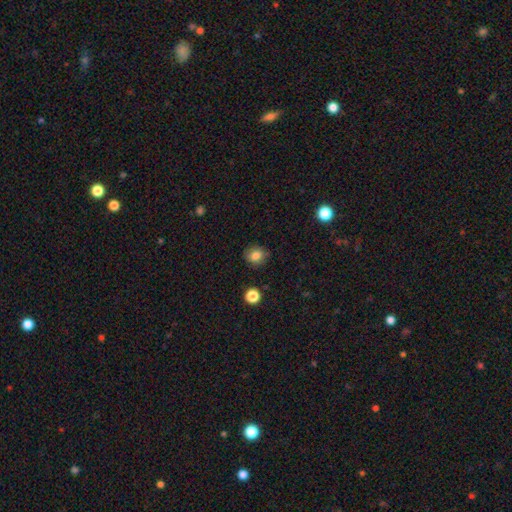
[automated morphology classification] Smooth or featured?
  - smooth: 82% *
  - star or artifact: 11%
  - featured or disk: 7%
How rounded?
  - round: 77% *
  - in between: 22%
  - cigar-shaped: 1%
Merging?
  - none: 85% *
  - minor disturbance: 11%
  - major disturbance: 3%
  - merger: 2%